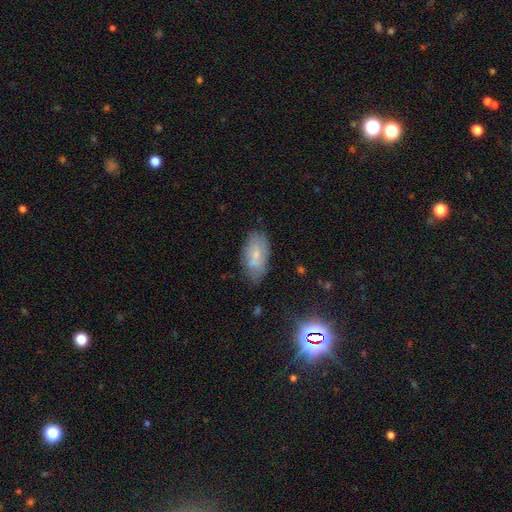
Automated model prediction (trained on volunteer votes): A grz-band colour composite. It shows a smooth galaxy with no disk features (61%) that is in between round and cigar-shaped (92%). Merging: none (69%).